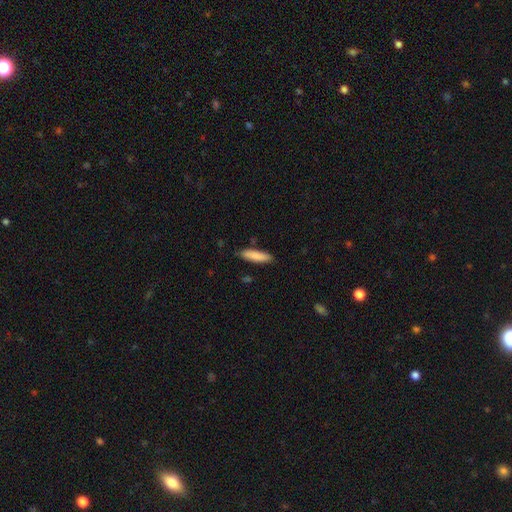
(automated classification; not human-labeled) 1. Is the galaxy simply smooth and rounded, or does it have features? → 86% smooth, 9% featured or disk, 6% star or artifact.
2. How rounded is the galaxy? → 72% cigar-shaped, 27% in between, 1% round.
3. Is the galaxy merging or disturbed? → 86% none, 11% minor disturbance, 2% major disturbance, 2% merger.